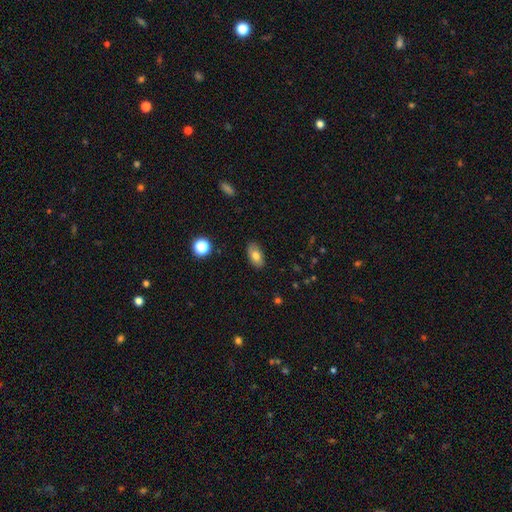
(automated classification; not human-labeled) This appears to be a smooth galaxy with no disk features (74%) that is in between round and cigar-shaped (90%). Merging: none (87%).